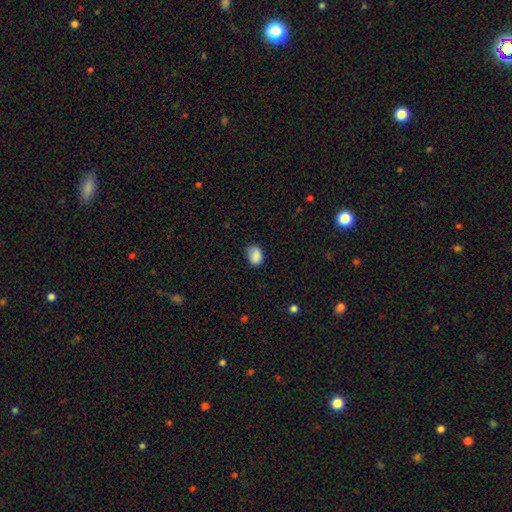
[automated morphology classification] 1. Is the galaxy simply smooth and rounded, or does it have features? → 86% smooth, 9% star or artifact, 5% featured or disk.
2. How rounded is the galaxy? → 73% in between, 26% round, 1% cigar-shaped.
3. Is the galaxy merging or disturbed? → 68% none, 26% minor disturbance, 5% major disturbance, 2% merger.